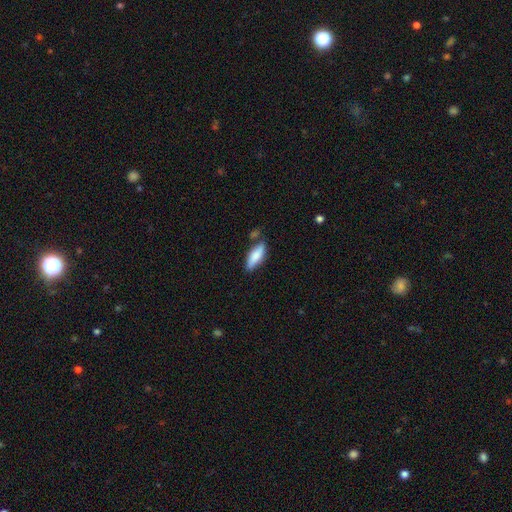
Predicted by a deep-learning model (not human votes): Smooth or featured?
  - smooth: 79% *
  - featured or disk: 15%
  - star or artifact: 6%
How rounded?
  - in between: 64% *
  - cigar-shaped: 34%
  - round: 2%
Merging?
  - none: 69% *
  - minor disturbance: 18%
  - merger: 9%
  - major disturbance: 4%